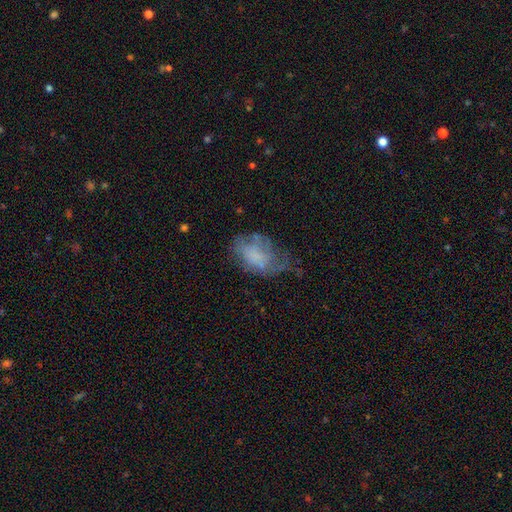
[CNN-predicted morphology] smooth-or-featured: smooth: 49% | featured or disk: 40% | star or artifact: 11%
  merging: none: 36% | minor disturbance: 31% | major disturbance: 30% | merger: 3%